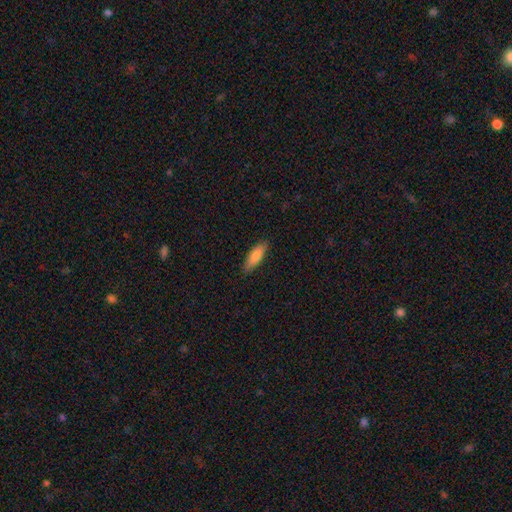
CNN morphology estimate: This appears to be a smooth galaxy with no disk features (80%) that is in between round and cigar-shaped (50%). Merging: none (87%).